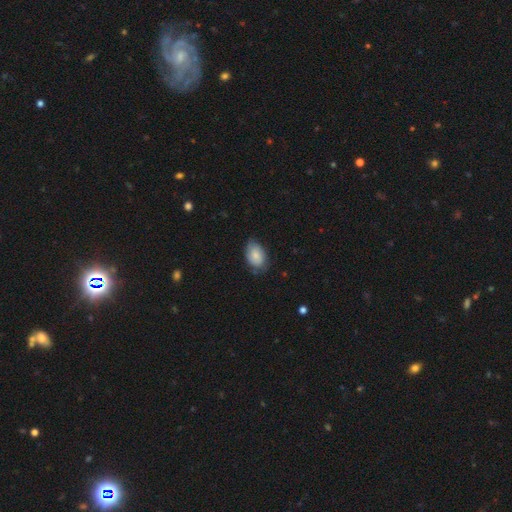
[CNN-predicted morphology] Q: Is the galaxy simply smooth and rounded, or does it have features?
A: smooth — 75%.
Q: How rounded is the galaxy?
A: in between — 87%.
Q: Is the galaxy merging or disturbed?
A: none — 65%.